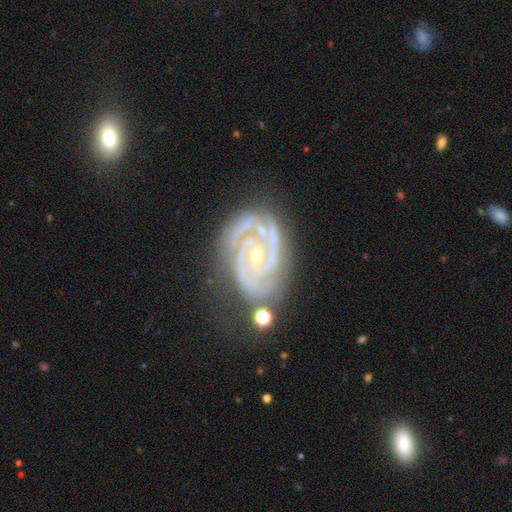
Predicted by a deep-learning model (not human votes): Smooth or featured? Predicted: featured or disk (p=0.91). Edge-on disk? Predicted: no (p=0.97). Bar? Predicted: no (p=0.59). Spiral arms? Predicted: yes (p=0.98). Spiral winding? Predicted: tight (p=0.72). Spiral arm count? Predicted: 2 (p=0.36). Bulge size? Predicted: moderate (p=0.50). Merging? Predicted: none (p=0.63).